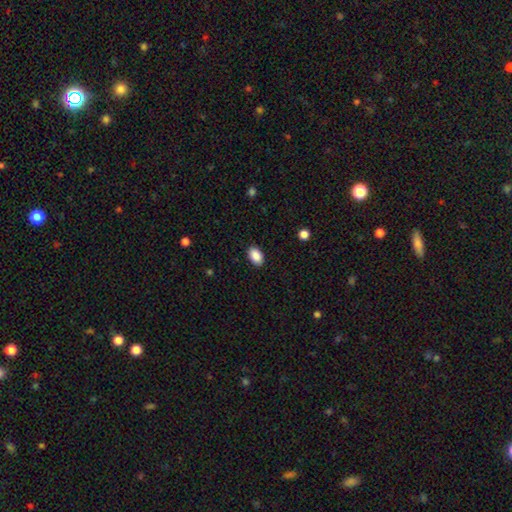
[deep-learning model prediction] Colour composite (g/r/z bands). It shows a smooth galaxy with no disk features (89%) that is in between round and cigar-shaped (89%). Merging: none (89%).